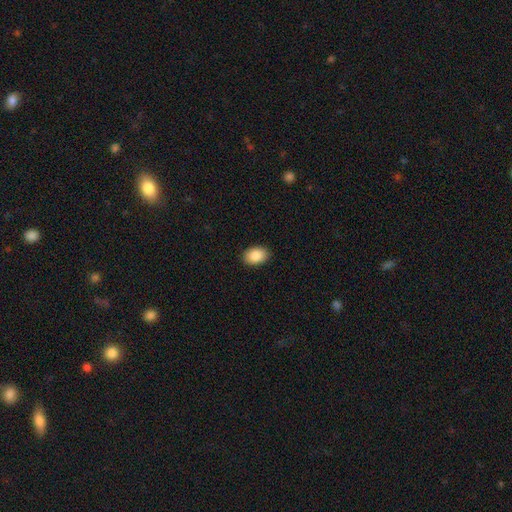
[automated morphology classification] Smooth or featured: smooth — 87% (star or artifact — 7%)
How rounded: in between — 85% (round — 14%)
Merging: none — 90% (minor disturbance — 7%)